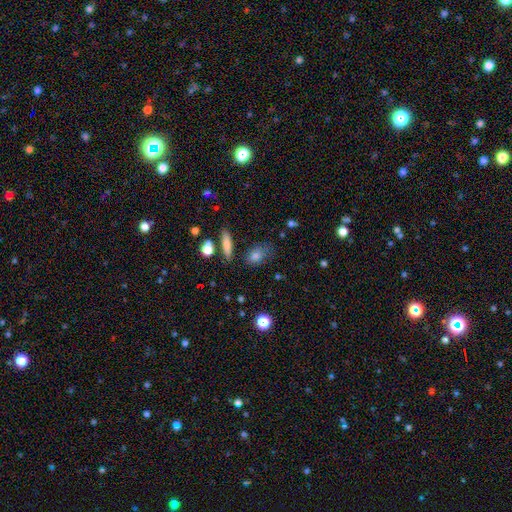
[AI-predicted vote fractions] Smooth or featured? smooth (76%)
How rounded? in between (68%)
Merging? none (69%)